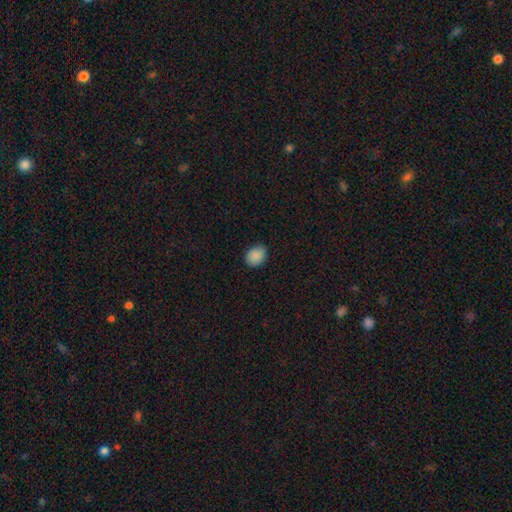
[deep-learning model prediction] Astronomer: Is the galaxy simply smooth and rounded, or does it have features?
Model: smooth — 88%.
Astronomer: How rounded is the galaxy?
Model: in between — 58% (runner-up: round, 41%).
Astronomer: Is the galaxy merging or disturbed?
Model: none — 76%.